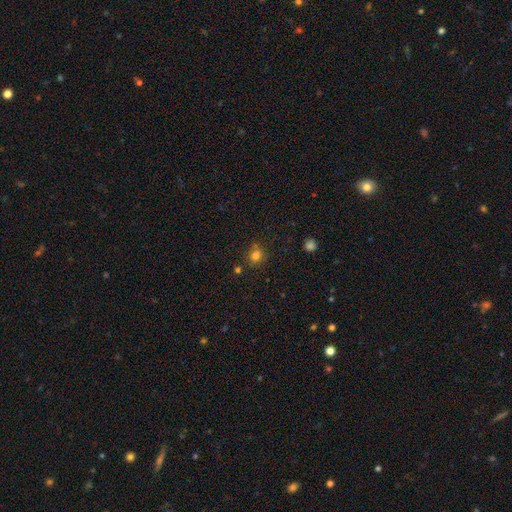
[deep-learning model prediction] smooth 75%, star or artifact 17%, featured or disk 8%. Down the decision tree: how rounded — round (73%); merging — none (66%).